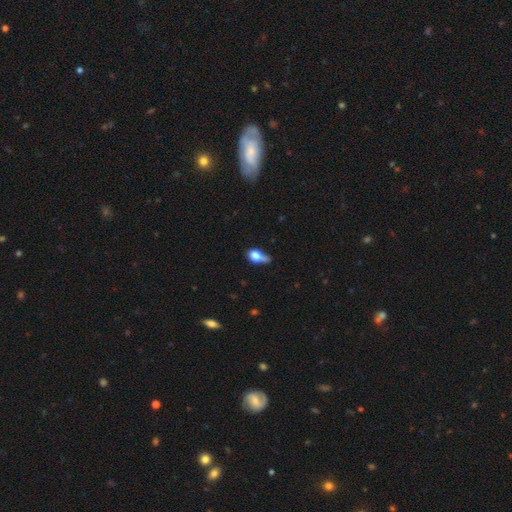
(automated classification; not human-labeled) This is likely a smooth galaxy (75%). How rounded: likely in between (65%). Merging: marginally minor disturbance (33%).